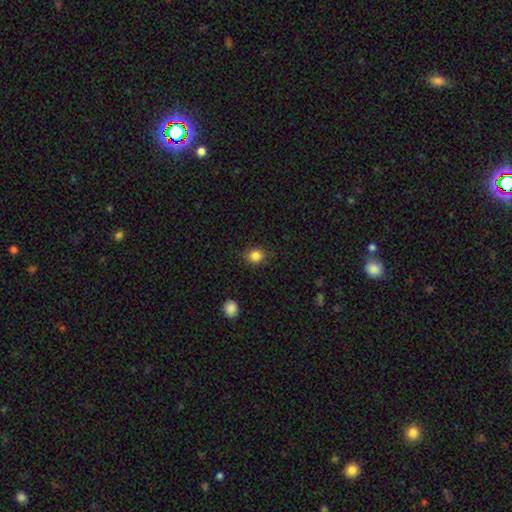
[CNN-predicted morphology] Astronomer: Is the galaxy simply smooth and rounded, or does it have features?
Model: smooth — 85%.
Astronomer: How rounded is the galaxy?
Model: round — 76%.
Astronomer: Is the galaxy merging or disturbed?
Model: none — 86%.